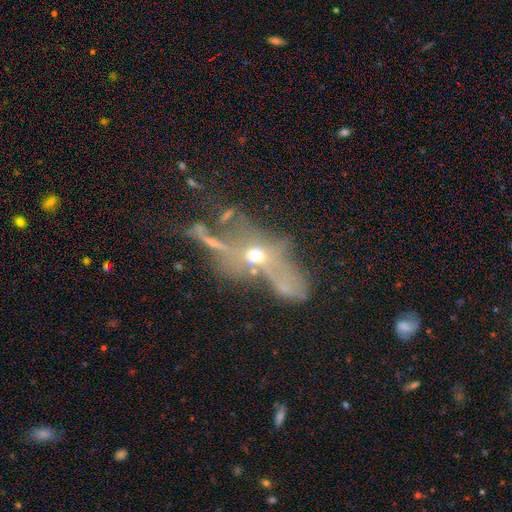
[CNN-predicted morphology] The model was most divided on "merging": merger: 39%, major disturbance: 28%, none: 22%, minor disturbance: 12%. Remaining: smooth or featured — featured or disk (45%).